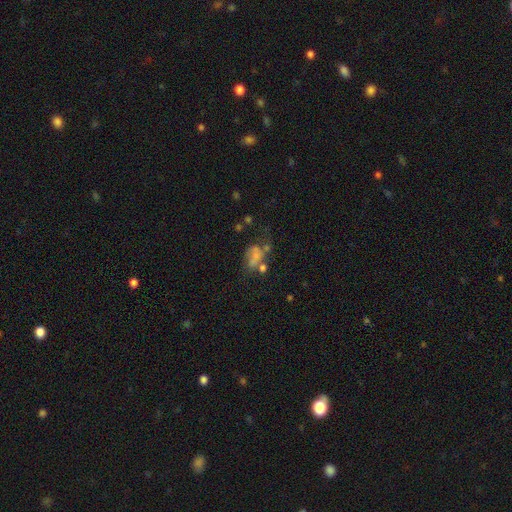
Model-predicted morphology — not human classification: A smooth galaxy with no disk features (52%) that is in between round and cigar-shaped (81%).

Vote fractions:
- Smooth or featured? smooth: 52% / featured or disk: 31% / star or artifact: 17%
- How rounded? in between: 81% / round: 16% / cigar-shaped: 3%
- Merging? major disturbance: 33% / none: 24% / merger: 23% / minor disturbance: 20%